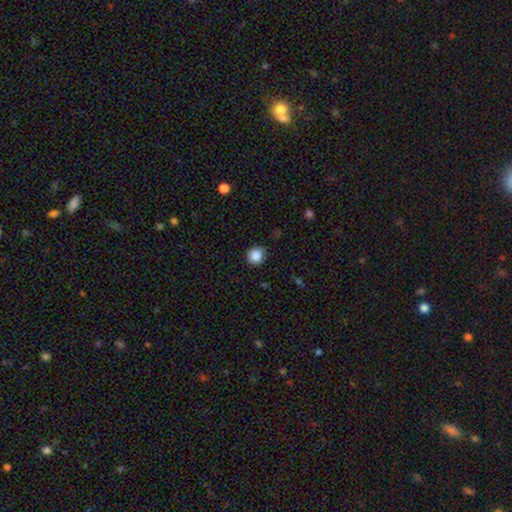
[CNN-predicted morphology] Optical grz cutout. It shows a smooth galaxy with no disk features (86%) that is round (86%). Merging: none (80%).